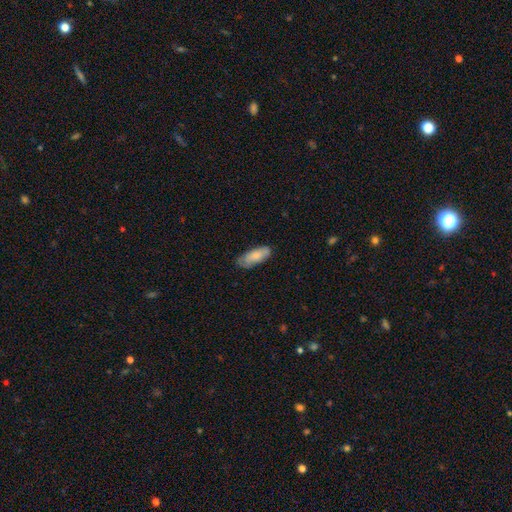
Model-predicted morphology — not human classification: This is likely a smooth galaxy (77%). How rounded: likely in between (77%). Merging: likely none (72%).